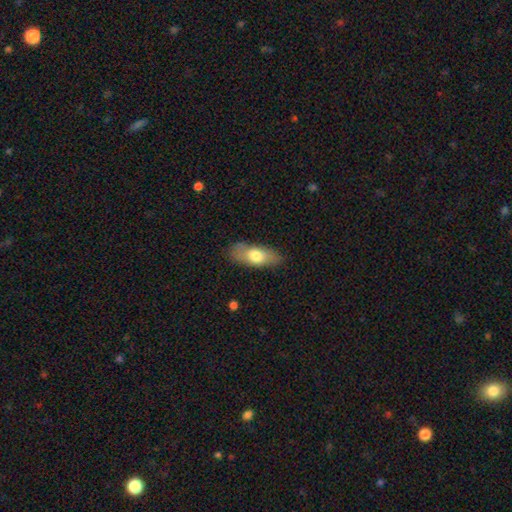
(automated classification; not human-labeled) Smooth or featured?
  - smooth: 70% *
  - featured or disk: 24%
  - star or artifact: 6%
How rounded?
  - in between: 79% *
  - cigar-shaped: 18%
  - round: 3%
Merging?
  - none: 81% *
  - minor disturbance: 14%
  - major disturbance: 4%
  - merger: 1%